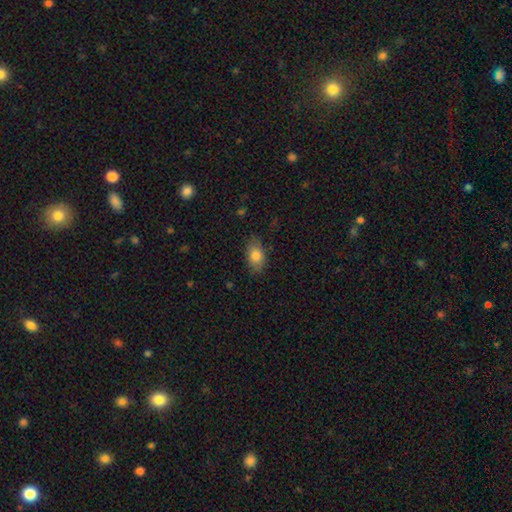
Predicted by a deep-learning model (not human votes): The model was most divided on "merging": none: 80%, minor disturbance: 15%, major disturbance: 3%, merger: 1%. More confident: how rounded — in between (85%); smooth or featured — smooth (81%).